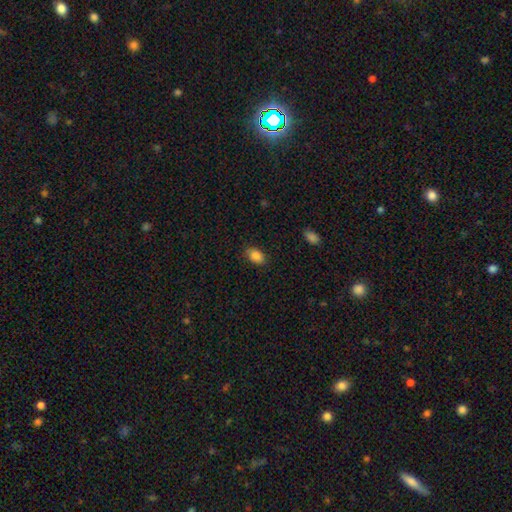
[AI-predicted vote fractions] Overall: smooth (87%). How rounded: in between (86%). Merging: none (84%).